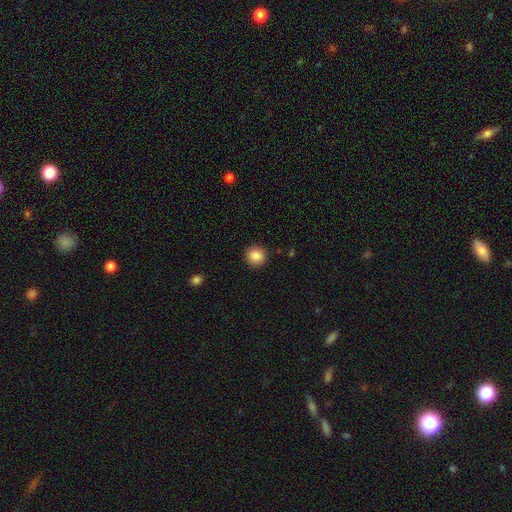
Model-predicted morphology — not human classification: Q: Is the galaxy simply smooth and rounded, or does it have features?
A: smooth — 87%.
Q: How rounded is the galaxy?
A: round — 91%.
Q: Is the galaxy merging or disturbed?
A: none — 91%.